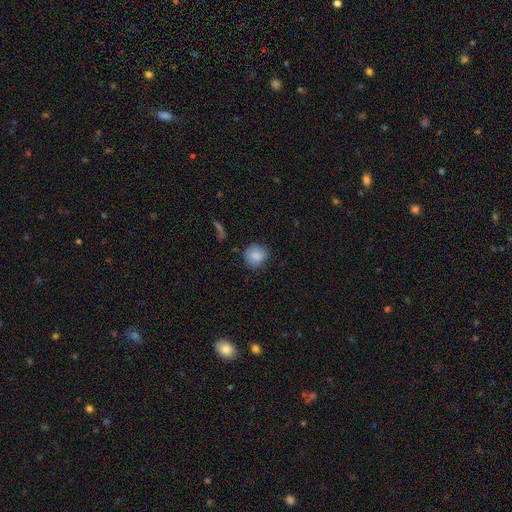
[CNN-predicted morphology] Smooth or featured? smooth (86%)
How rounded? round (87%)
Merging? none (79%)